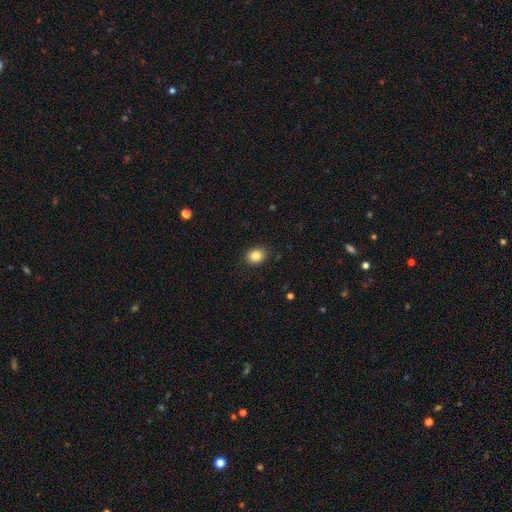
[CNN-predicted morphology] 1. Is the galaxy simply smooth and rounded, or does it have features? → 84% smooth, 10% star or artifact, 6% featured or disk.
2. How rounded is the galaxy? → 59% round, 40% in between, 1% cigar-shaped.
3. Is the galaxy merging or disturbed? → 89% none, 8% minor disturbance, 2% major disturbance, 1% merger.